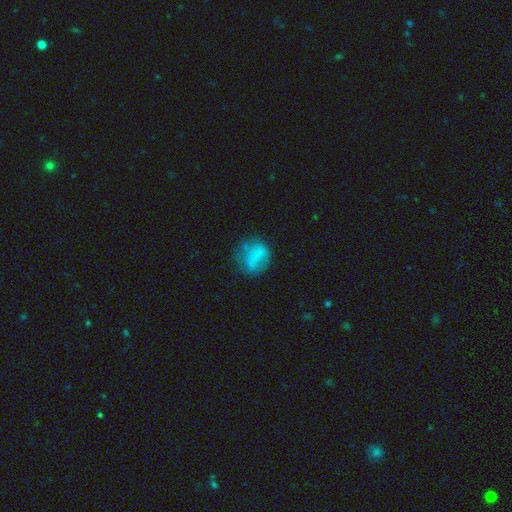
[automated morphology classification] A smooth galaxy with no disk features (69%) that is round (58%).

Vote fractions:
- Smooth or featured? smooth: 69% / featured or disk: 20% / star or artifact: 11%
- How rounded? round: 58% / in between: 40% / cigar-shaped: 2%
- Merging? none: 54% / minor disturbance: 26% / major disturbance: 17% / merger: 3%